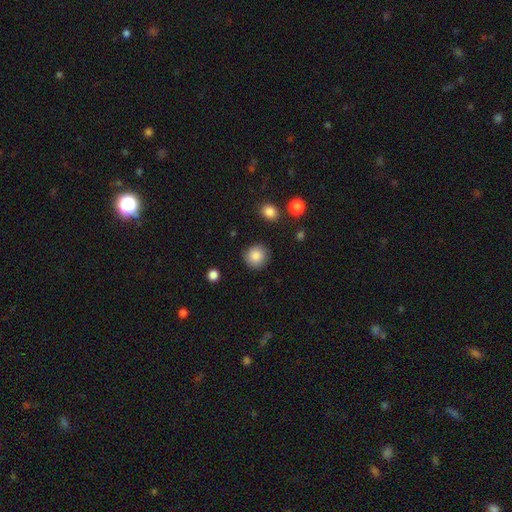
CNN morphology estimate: This is clearly a smooth galaxy (86%). How rounded: clearly round (92%). Merging: clearly none (87%).